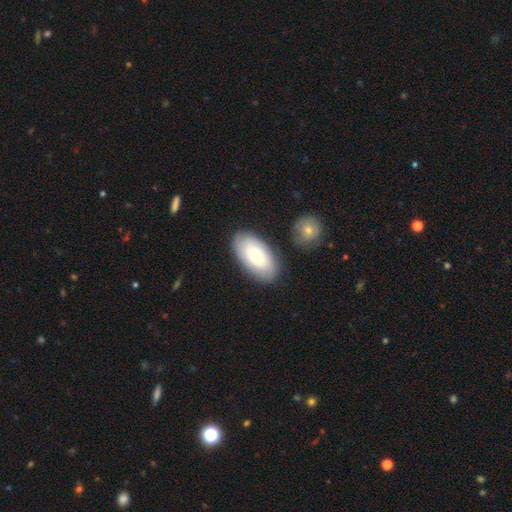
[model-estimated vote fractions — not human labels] Morphology: type=smooth (69%); roundness=in between (94%); merging=none (83%).